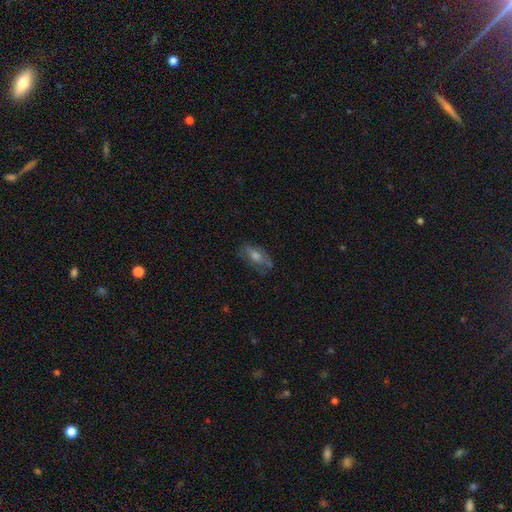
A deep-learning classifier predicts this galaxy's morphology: smooth_or_featured: smooth (p=0.43) [tied with: featured or disk p=0.43]
merging: none (p=0.65) [alt: minor disturbance p=0.23]